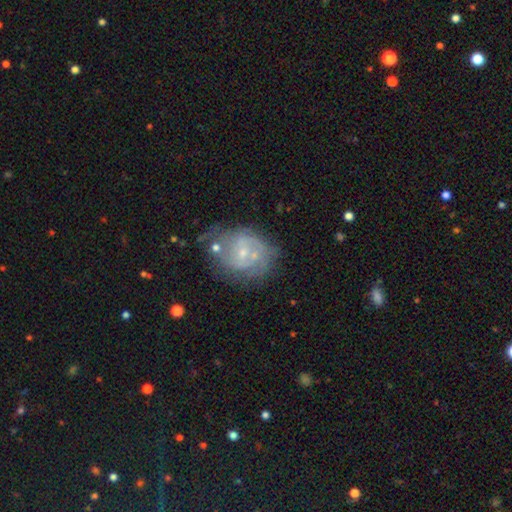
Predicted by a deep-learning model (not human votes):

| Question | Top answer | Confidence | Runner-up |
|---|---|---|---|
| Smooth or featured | featured or disk | 74% | smooth (18%) |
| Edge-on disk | no | 97% | yes (3%) |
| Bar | no | 58% | weak (35%) |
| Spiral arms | yes | 81% | no (19%) |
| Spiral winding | tight | 51% | medium (36%) |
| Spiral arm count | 2 | 40% | can't tell (37%) |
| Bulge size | small | 71% | moderate (24%) |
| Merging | none | 51% | minor disturbance (23%) |